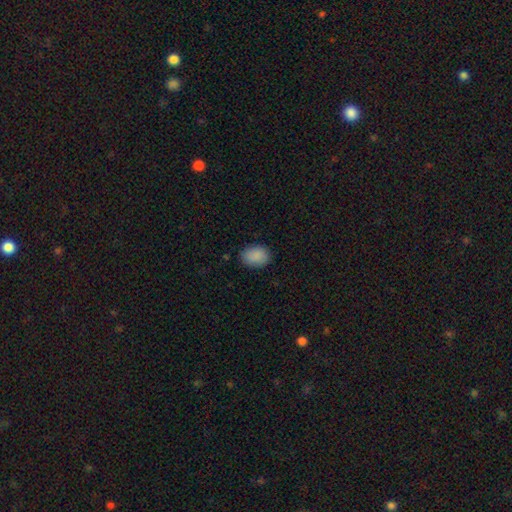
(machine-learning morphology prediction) A smooth galaxy with no disk features (89%) that is in between round and cigar-shaped (74%). Merging: none (84%).